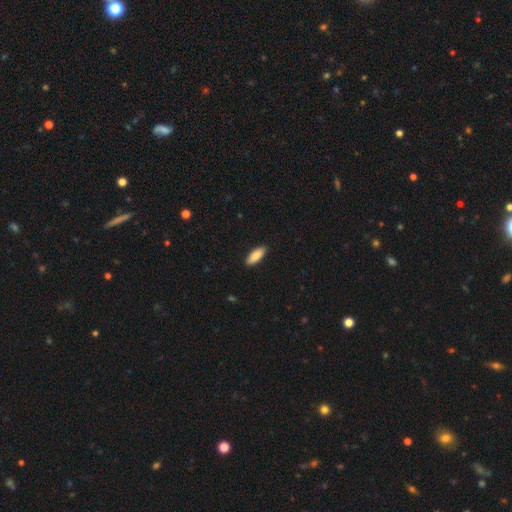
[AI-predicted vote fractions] A smooth galaxy with no disk features (88%) that is in between round and cigar-shaped (71%).

Vote fractions:
- Smooth or featured? smooth: 88% / featured or disk: 7% / star or artifact: 6%
- How rounded? in between: 71% / cigar-shaped: 27% / round: 2%
- Merging? none: 90% / minor disturbance: 8% / major disturbance: 2% / merger: 1%